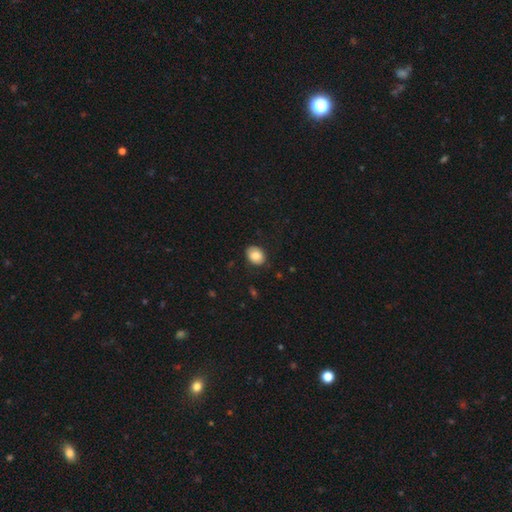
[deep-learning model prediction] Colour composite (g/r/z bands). It shows a smooth galaxy with no disk features (83%) that is in between round and cigar-shaped (65%). Merging: none (83%).